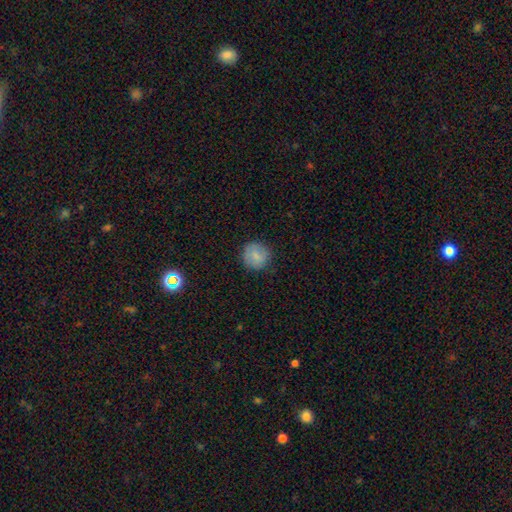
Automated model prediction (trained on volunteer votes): The model was most divided on "merging": none: 84%, minor disturbance: 12%, major disturbance: 3%, merger: 1%. More confident: how rounded — round (92%); smooth or featured — smooth (83%).